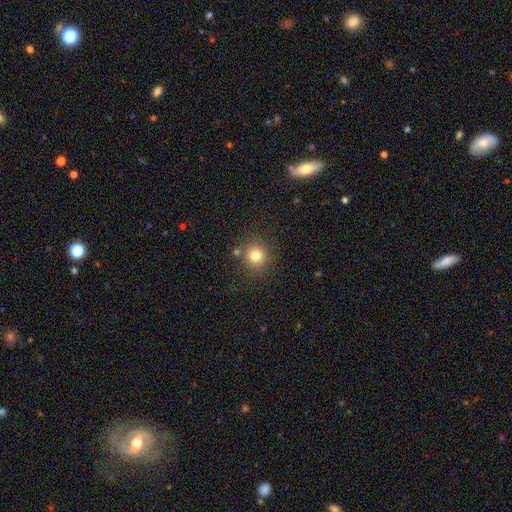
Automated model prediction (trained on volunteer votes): smooth 79%, star or artifact 14%, featured or disk 7%. Down the decision tree: how rounded — round (91%); merging — none (80%).